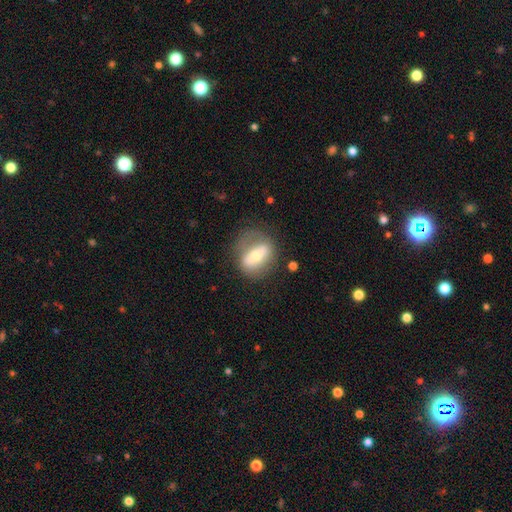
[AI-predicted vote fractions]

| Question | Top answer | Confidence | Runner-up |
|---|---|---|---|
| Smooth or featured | featured or disk | 54% | smooth (39%) |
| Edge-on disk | no | 77% | yes (23%) |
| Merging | none | 63% | minor disturbance (19%) |